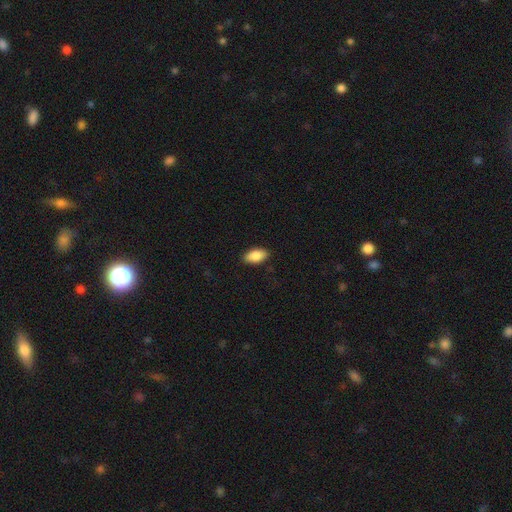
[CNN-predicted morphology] The model was most divided on "merging": none: 88%, minor disturbance: 9%, major disturbance: 2%, merger: 1%. More confident: how rounded — in between (93%); smooth or featured — smooth (87%).